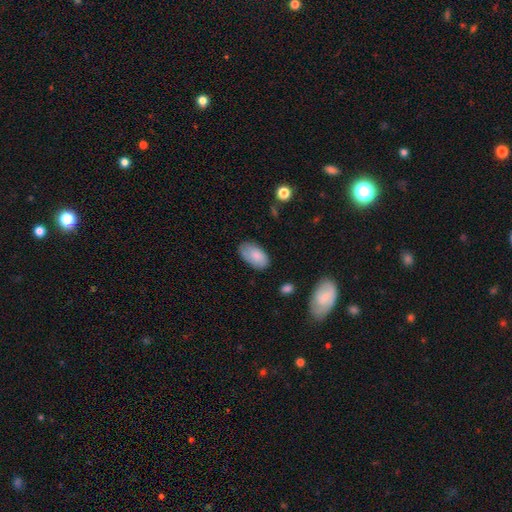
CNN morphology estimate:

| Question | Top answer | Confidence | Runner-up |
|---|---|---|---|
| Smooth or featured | smooth | 83% | featured or disk (10%) |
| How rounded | in between | 95% | round (3%) |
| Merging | none | 73% | minor disturbance (21%) |